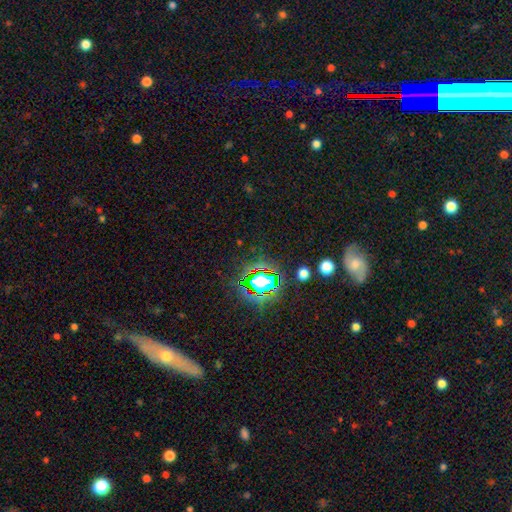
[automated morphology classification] Q: Smooth or featured?
A: star or artifact (70%); runner-up: featured or disk (16%)